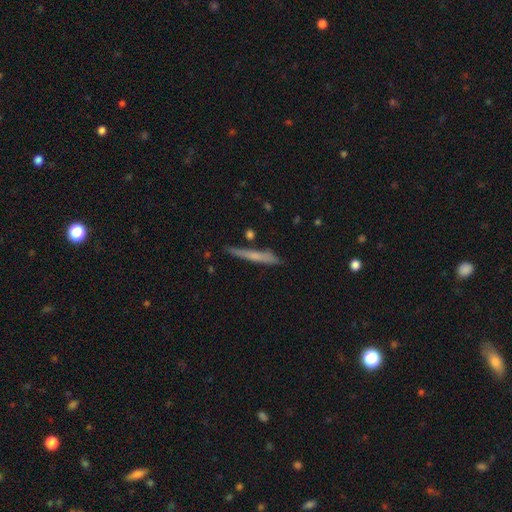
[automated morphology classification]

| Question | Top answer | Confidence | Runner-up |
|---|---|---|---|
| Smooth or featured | smooth | 55% | featured or disk (38%) |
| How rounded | cigar-shaped | 94% | in between (4%) |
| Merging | none | 78% | minor disturbance (15%) |